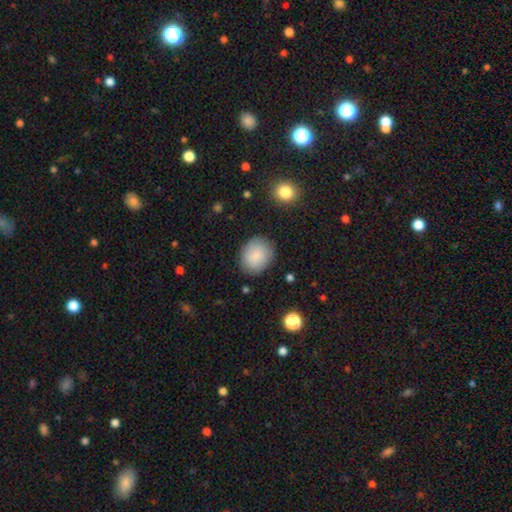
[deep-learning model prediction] The model was most divided on "how rounded": round: 58%, in between: 41%, cigar-shaped: 1%. More confident: smooth or featured — smooth (85%); merging — none (82%).